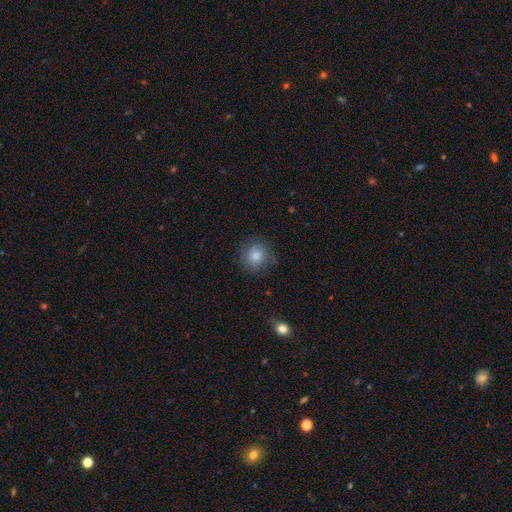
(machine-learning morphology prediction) smooth-or-featured: smooth: 78% | featured or disk: 12% | star or artifact: 9%
  how-rounded: round: 89% | in between: 10% | cigar-shaped: 1%
  merging: none: 78% | minor disturbance: 16% | major disturbance: 5% | merger: 1%